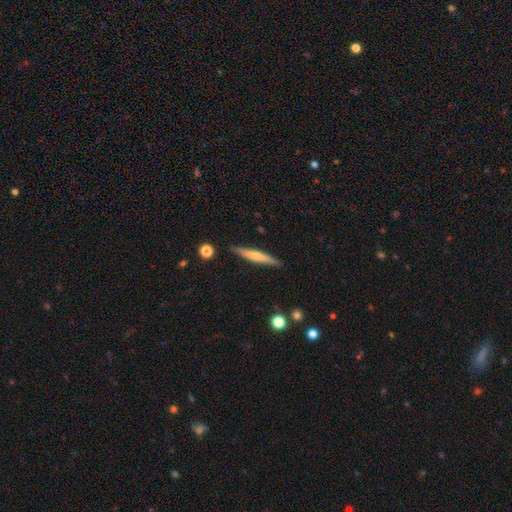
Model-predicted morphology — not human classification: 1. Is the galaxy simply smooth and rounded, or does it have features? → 52% featured or disk, 42% smooth, 6% star or artifact.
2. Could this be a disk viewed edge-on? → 96% yes, 4% no.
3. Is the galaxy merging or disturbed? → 88% none, 8% minor disturbance, 2% merger, 2% major disturbance.